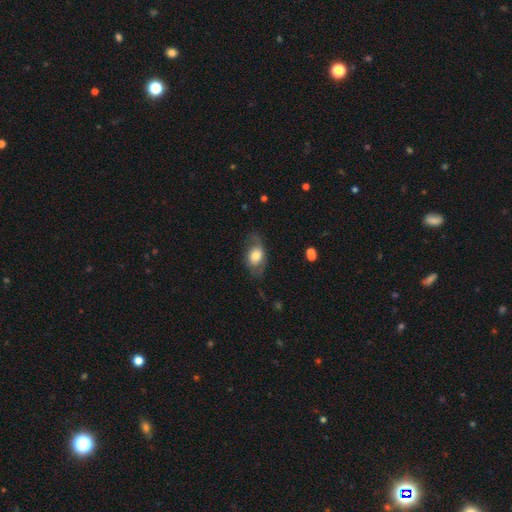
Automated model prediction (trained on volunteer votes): smooth 56%, featured or disk 37%, star or artifact 7%. Down the decision tree: how rounded — in between (82%); merging — none (62%).